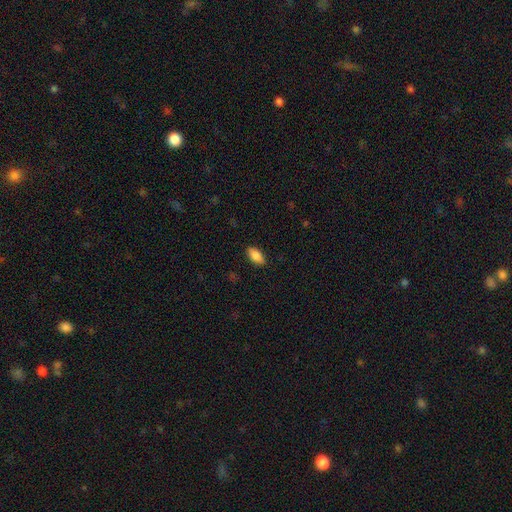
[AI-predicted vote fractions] Smooth or featured?
  - smooth: 86% *
  - featured or disk: 7%
  - star or artifact: 7%
How rounded?
  - in between: 89% *
  - cigar-shaped: 9%
  - round: 2%
Merging?
  - none: 88% *
  - minor disturbance: 9%
  - major disturbance: 2%
  - merger: 1%